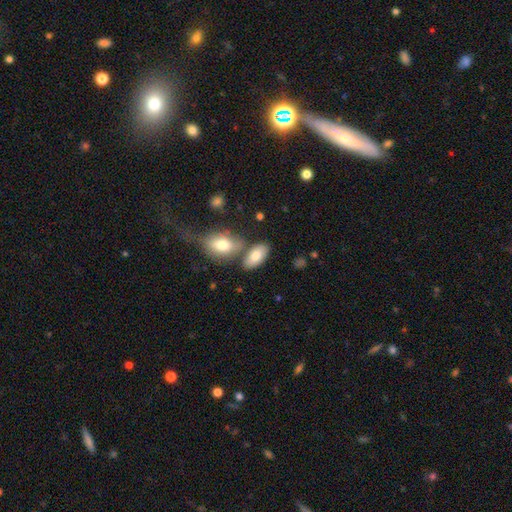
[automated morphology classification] This is likely a smooth galaxy (79%). How rounded: clearly in between (93%). Merging: possibly none (60%).